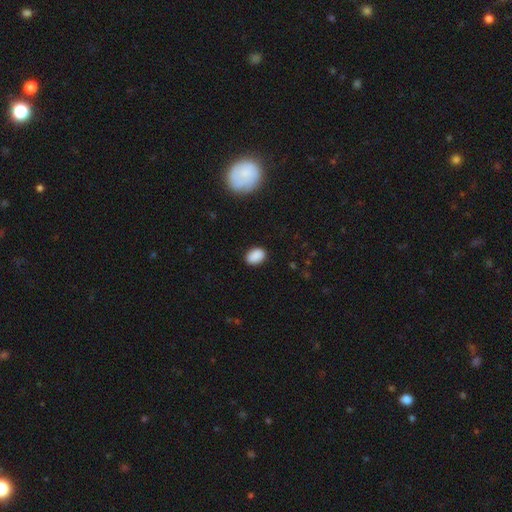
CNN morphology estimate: A smooth galaxy with no disk features (89%) that is in between round and cigar-shaped (83%). Merging: none (87%).